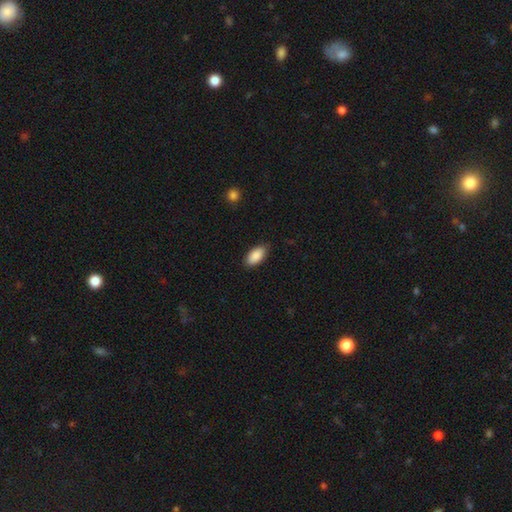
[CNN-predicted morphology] The model was most divided on "merging": none: 85%, minor disturbance: 12%, major disturbance: 2%, merger: 1%. More confident: how rounded — in between (93%); smooth or featured — smooth (90%).